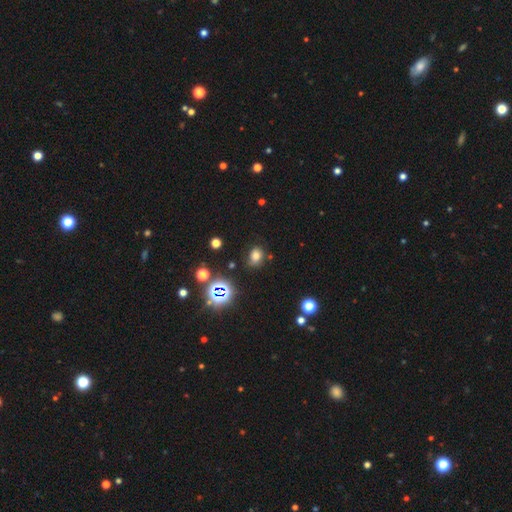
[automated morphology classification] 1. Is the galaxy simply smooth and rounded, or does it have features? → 69% smooth, 23% star or artifact, 8% featured or disk.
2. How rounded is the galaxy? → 57% in between, 41% round, 1% cigar-shaped.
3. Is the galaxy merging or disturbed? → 76% none, 16% minor disturbance, 5% major disturbance, 3% merger.